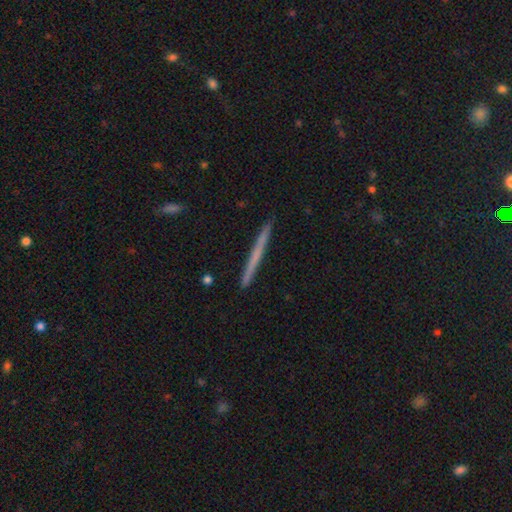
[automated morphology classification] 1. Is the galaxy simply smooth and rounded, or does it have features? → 50% smooth, 45% featured or disk, 5% star or artifact.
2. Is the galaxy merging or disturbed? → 93% none, 5% minor disturbance, 1% merger, 1% major disturbance.